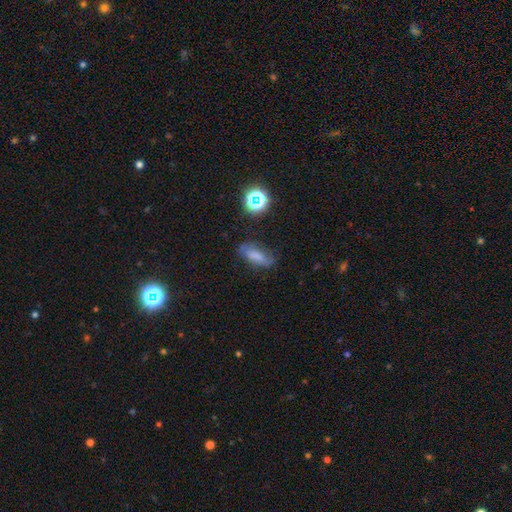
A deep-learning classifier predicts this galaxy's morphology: Smooth or featured? Predicted: smooth (p=0.62). How rounded? Predicted: in between (p=0.61). Merging? Predicted: none (p=0.68).